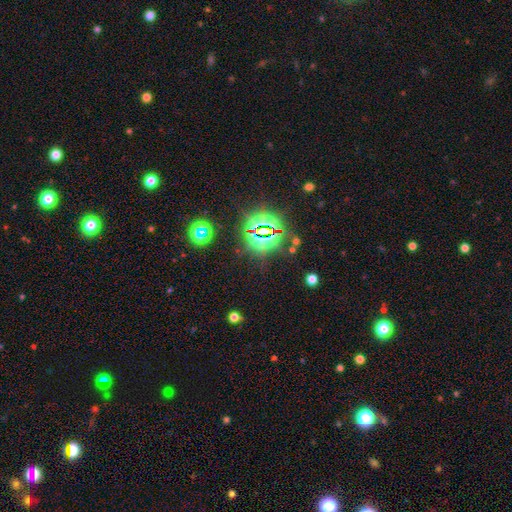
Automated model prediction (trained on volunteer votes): Smooth or featured?
  - star or artifact: 81% *
  - smooth: 12%
  - featured or disk: 7%